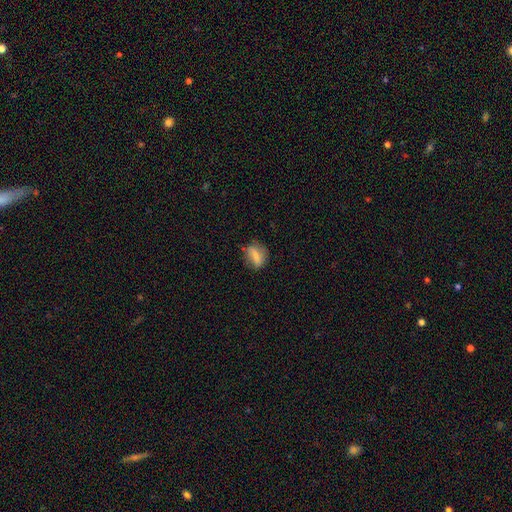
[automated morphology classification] smooth_or_featured: smooth (p=0.68) [alt: featured or disk p=0.23]
how_rounded: in between (p=0.63) [alt: round p=0.29]
merging: none (p=0.65) [alt: minor disturbance p=0.24]